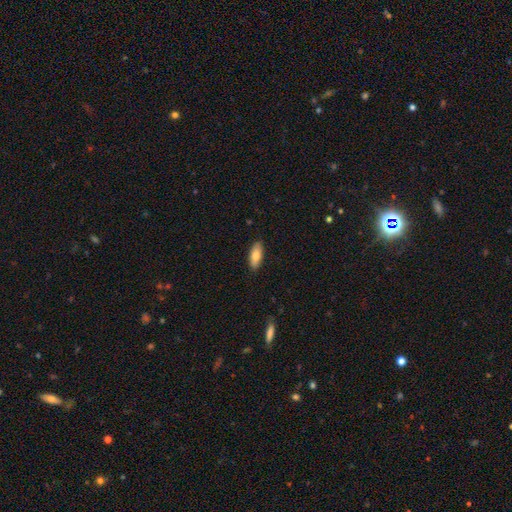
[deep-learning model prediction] This appears to be a smooth galaxy with no disk features (80%) that is in between round and cigar-shaped (76%). Merging: none (87%).